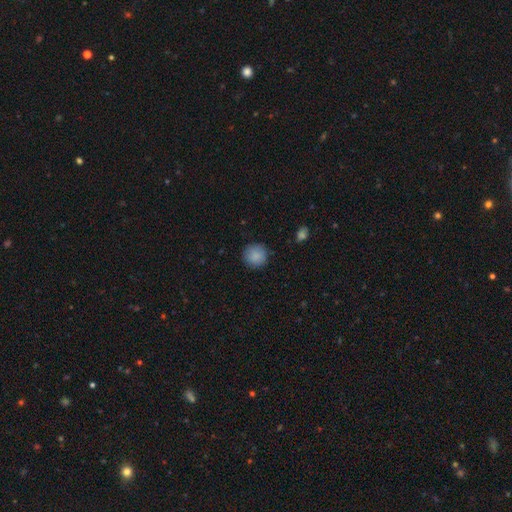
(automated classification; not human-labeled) smooth-or-featured: smooth: 88% | star or artifact: 8% | featured or disk: 4%
  how-rounded: round: 93% | in between: 6% | cigar-shaped: 1%
  merging: none: 87% | minor disturbance: 9% | major disturbance: 2% | merger: 1%